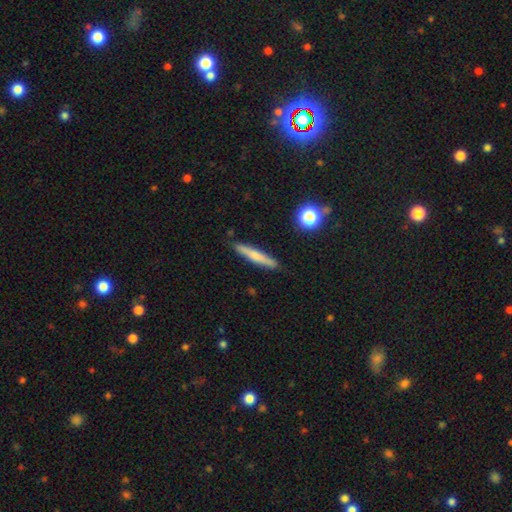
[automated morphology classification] smooth 62%, featured or disk 32%, star or artifact 7%. Down the decision tree: how rounded — cigar-shaped (93%); merging — none (87%).